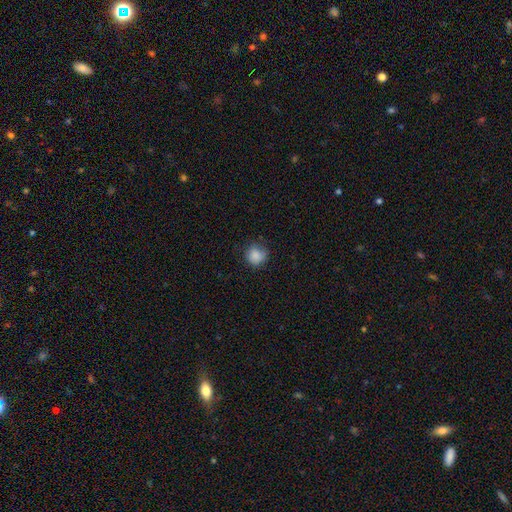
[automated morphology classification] Overall: smooth (86%). How rounded: round (89%). Merging: none (72%).